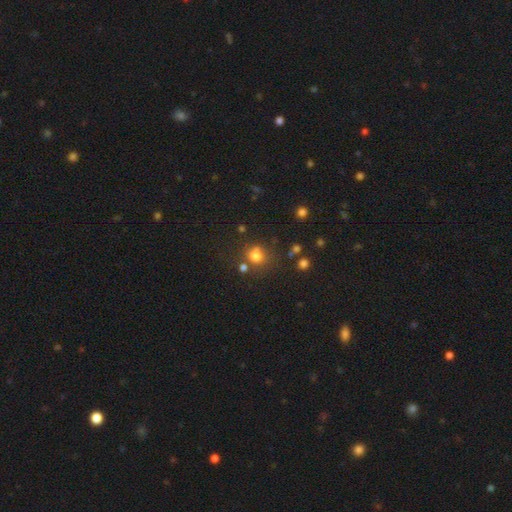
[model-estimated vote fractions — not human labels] Q: Smooth or featured?
A: smooth (74%); runner-up: star or artifact (18%)
Q: How rounded?
A: round (82%); runner-up: in between (17%)
Q: Merging?
A: none (63%); runner-up: merger (16%)